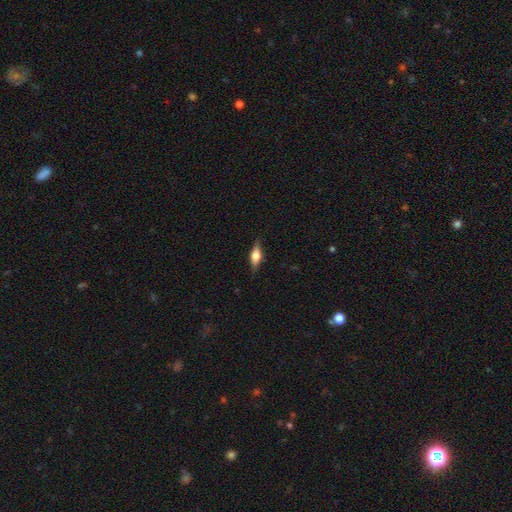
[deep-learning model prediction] Smooth or featured? smooth (48%)
Merging? none (83%)